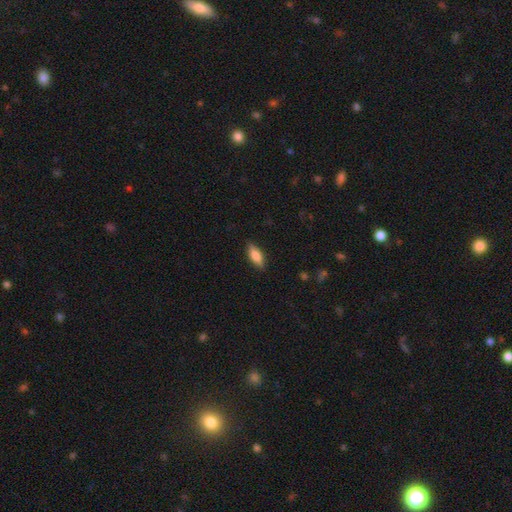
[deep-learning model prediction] Smooth or featured?
  - smooth: 74% *
  - featured or disk: 20%
  - star or artifact: 7%
How rounded?
  - in between: 69% *
  - cigar-shaped: 28%
  - round: 2%
Merging?
  - none: 85% *
  - minor disturbance: 11%
  - major disturbance: 2%
  - merger: 1%